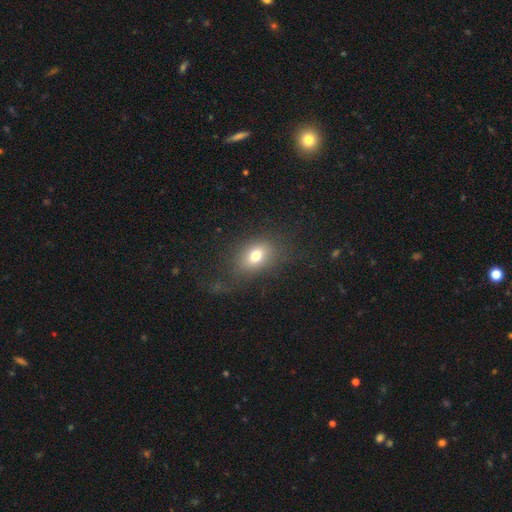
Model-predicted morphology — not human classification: type=smooth (73%); roundness=in between (70%); merging=none (69%).